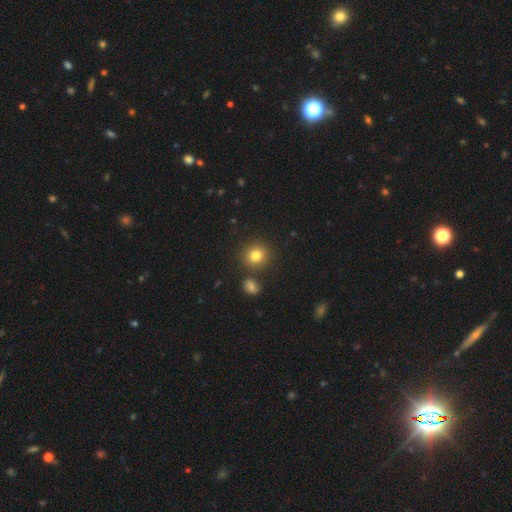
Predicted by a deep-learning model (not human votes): Q: Smooth or featured?
A: smooth (81%); runner-up: star or artifact (12%)
Q: How rounded?
A: round (88%); runner-up: in between (11%)
Q: Merging?
A: none (81%); runner-up: merger (8%)